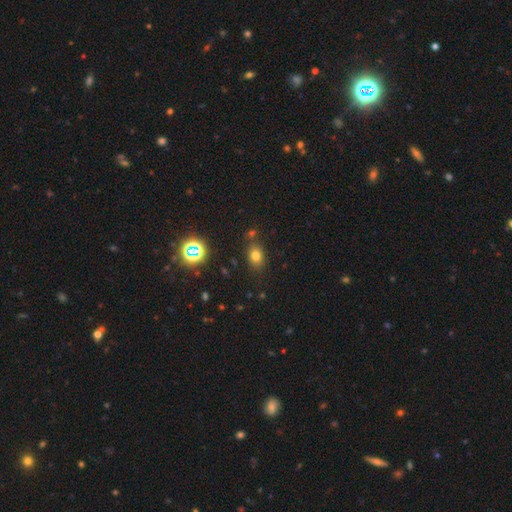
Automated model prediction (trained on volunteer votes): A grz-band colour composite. It shows a smooth galaxy with no disk features (72%) that is in between round and cigar-shaped (63%). Merging: none (76%).